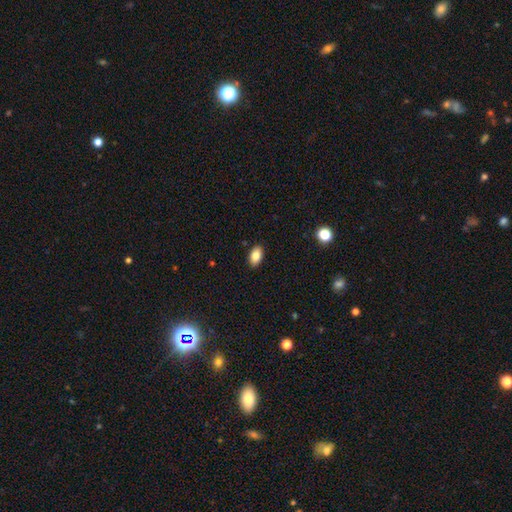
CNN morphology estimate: smooth-or-featured: smooth: 84% | star or artifact: 8% | featured or disk: 8%
  how-rounded: in between: 92% | round: 5% | cigar-shaped: 2%
  merging: none: 89% | minor disturbance: 8% | major disturbance: 2% | merger: 1%